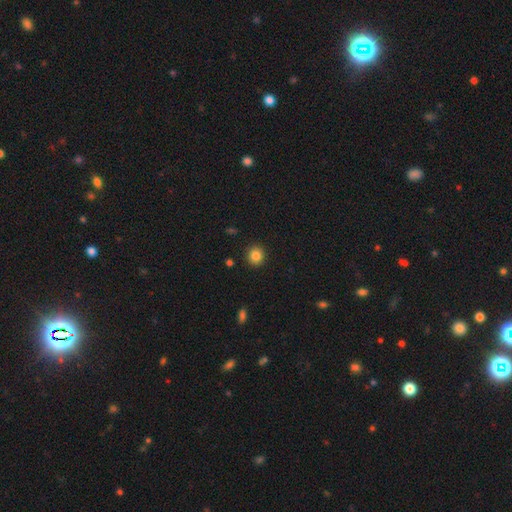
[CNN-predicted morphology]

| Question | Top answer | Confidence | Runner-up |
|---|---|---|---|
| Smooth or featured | smooth | 85% | star or artifact (10%) |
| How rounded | round | 88% | in between (11%) |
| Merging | none | 91% | minor disturbance (6%) |